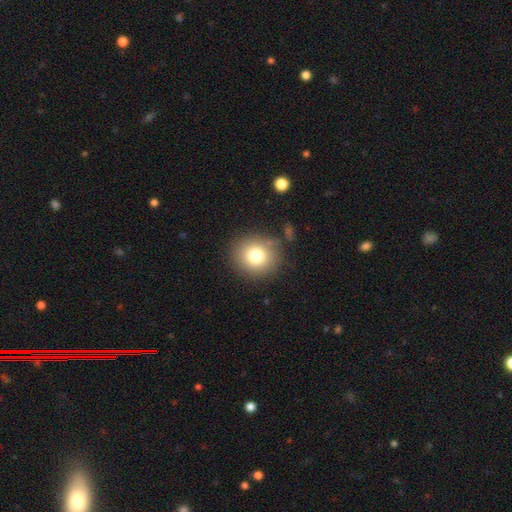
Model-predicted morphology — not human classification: Smooth or featured? smooth (78%)
How rounded? round (89%)
Merging? none (85%)